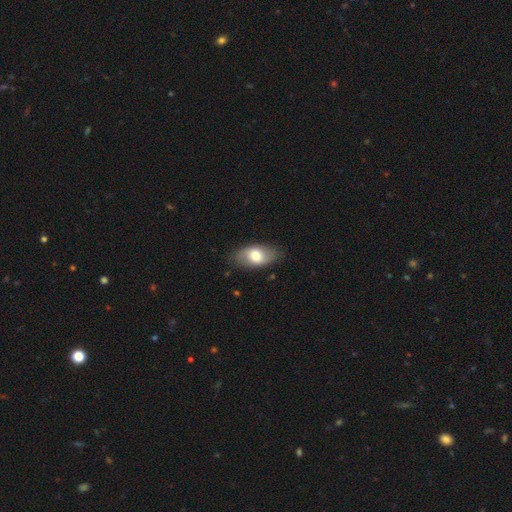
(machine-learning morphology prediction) Smooth or featured? smooth (69%)
How rounded? in between (91%)
Merging? none (81%)